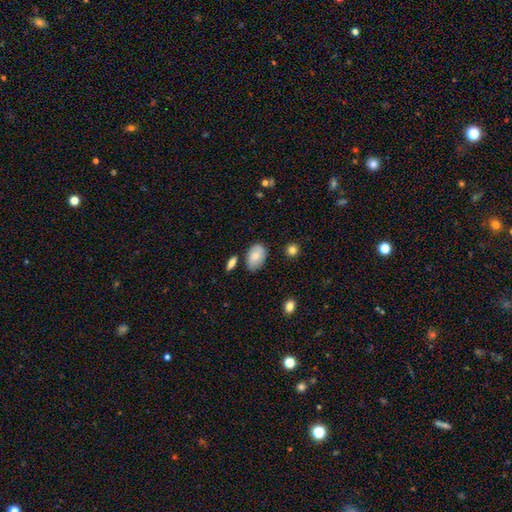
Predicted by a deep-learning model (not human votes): smooth_or_featured: smooth (p=0.75) [alt: featured or disk p=0.18]
how_rounded: in between (p=0.88) [alt: round p=0.11]
merging: none (p=0.71) [alt: minor disturbance p=0.20]